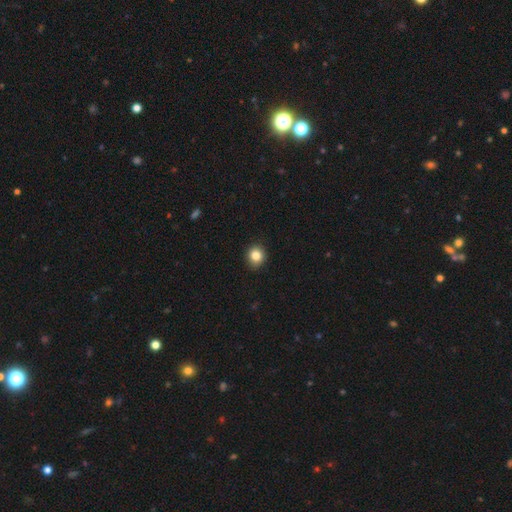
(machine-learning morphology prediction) Q: Smooth or featured?
A: smooth (84%); runner-up: star or artifact (10%)
Q: How rounded?
A: round (82%); runner-up: in between (17%)
Q: Merging?
A: none (90%); runner-up: minor disturbance (7%)